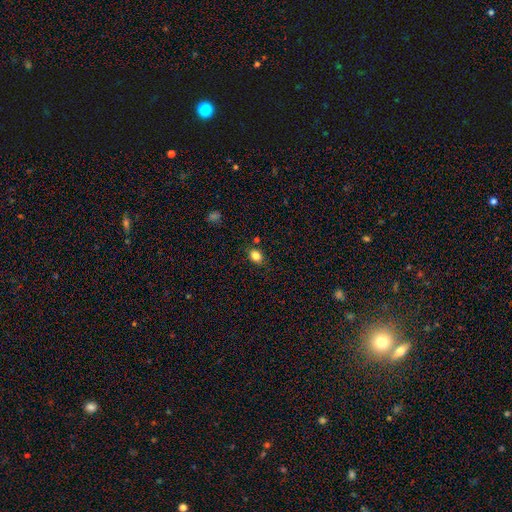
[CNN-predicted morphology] Q: Smooth or featured?
A: smooth (82%); runner-up: star or artifact (12%)
Q: How rounded?
A: in between (52%); runner-up: round (47%)
Q: Merging?
A: none (81%); runner-up: minor disturbance (13%)